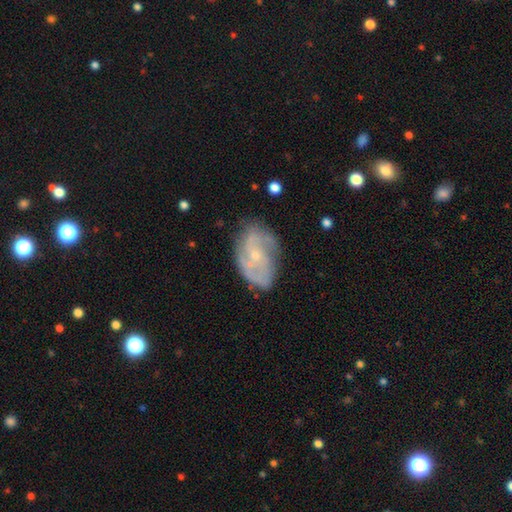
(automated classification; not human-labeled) Smooth or featured? featured or disk (77%)
Edge-on disk? no (96%)
Bar? no (66%)
Spiral arms? yes (88%)
Spiral winding? medium (42%)
Spiral arm count? 2 (47%)
Bulge size? small (76%)
Merging? none (68%)